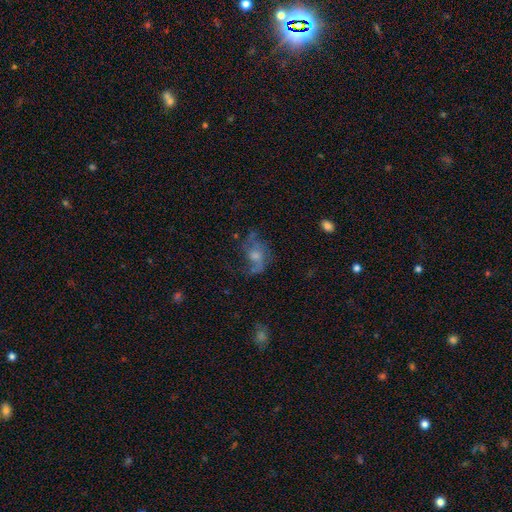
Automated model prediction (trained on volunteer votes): Smooth or featured? Predicted: featured or disk (p=0.61). Edge-on disk? Predicted: no (p=0.96). Bar? Predicted: no (p=0.73). Spiral arms? Predicted: yes (p=0.77). Bulge size? Predicted: moderate (p=0.54). Merging? Predicted: none (p=0.52).